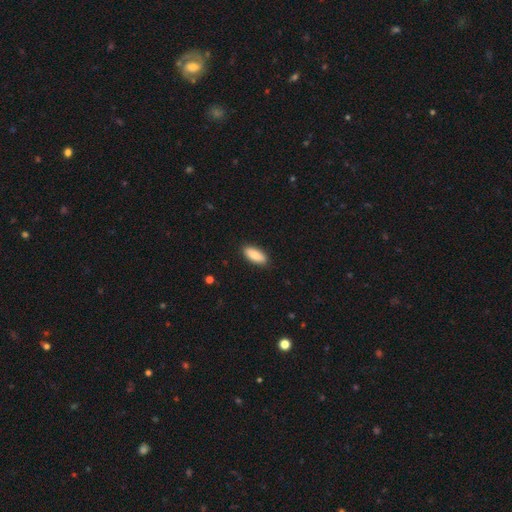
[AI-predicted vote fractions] This is clearly a smooth galaxy (87%). How rounded: clearly in between (83%). Merging: clearly none (89%).